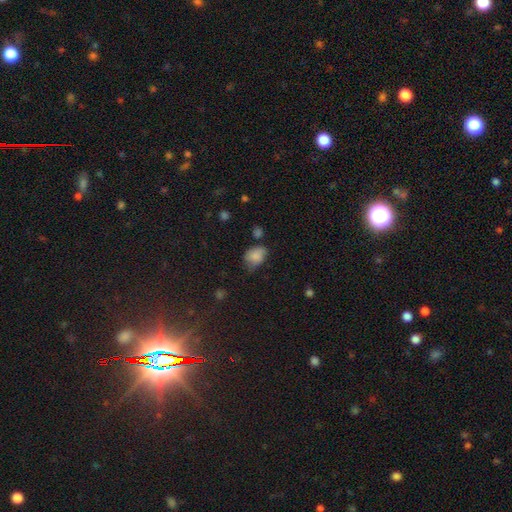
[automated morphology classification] A smooth galaxy with no disk features (82%) that is in between round and cigar-shaped (70%). Merging: none (46%).